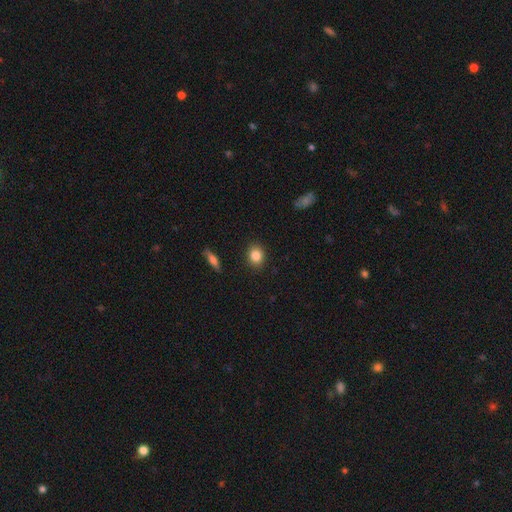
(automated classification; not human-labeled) This is clearly a smooth galaxy (84%). How rounded: likely round (63%). Merging: clearly none (89%).